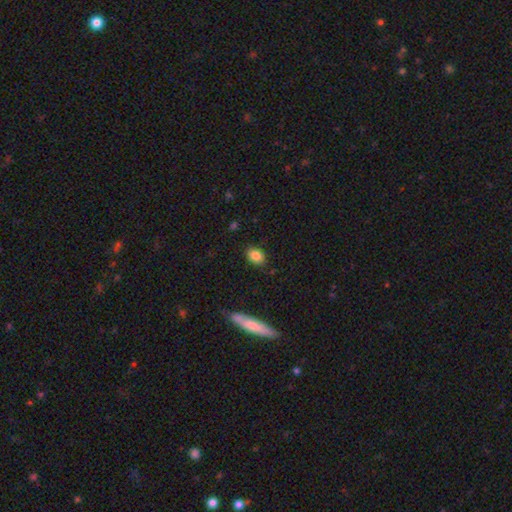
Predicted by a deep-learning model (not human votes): smooth 84%, star or artifact 9%, featured or disk 7%. Down the decision tree: how rounded — in between (71%); merging — none (85%).